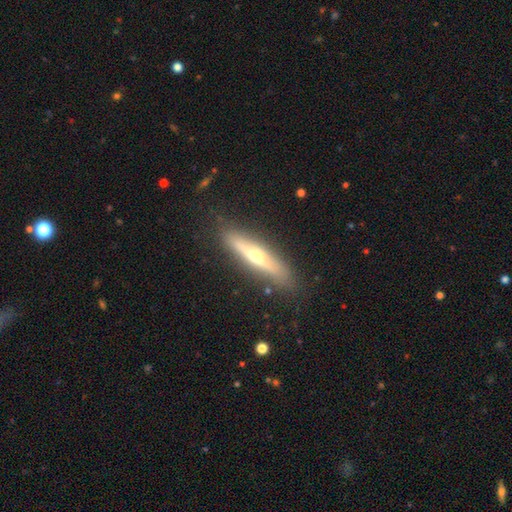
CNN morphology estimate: Smooth or featured: featured or disk — 59% (smooth — 34%)
Edge-on disk: yes — 89% (no — 11%)
Edge-on bulge: rounded — 84% (none — 13%)
Merging: none — 85% (minor disturbance — 11%)